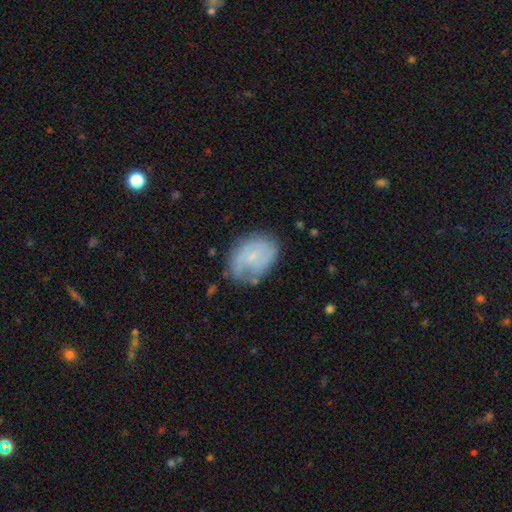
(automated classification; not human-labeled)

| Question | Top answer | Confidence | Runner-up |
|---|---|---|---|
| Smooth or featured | featured or disk | 59% | smooth (33%) |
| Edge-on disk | no | 97% | yes (3%) |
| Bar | no | 67% | weak (29%) |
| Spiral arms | yes | 79% | no (21%) |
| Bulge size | small | 77% | moderate (12%) |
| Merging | none | 59% | minor disturbance (27%) |